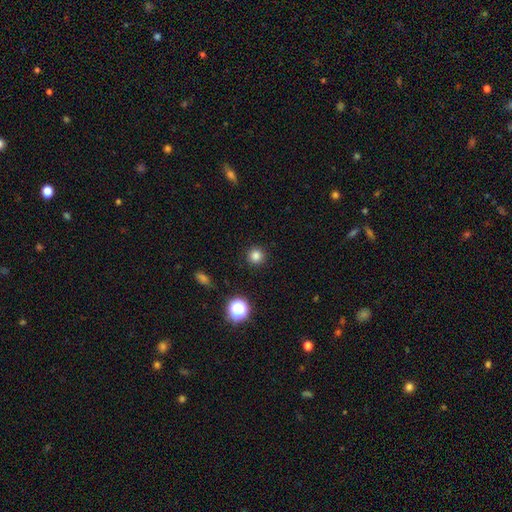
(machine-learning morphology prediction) A smooth galaxy with no disk features (81%) that is round (95%). Merging: none (92%).